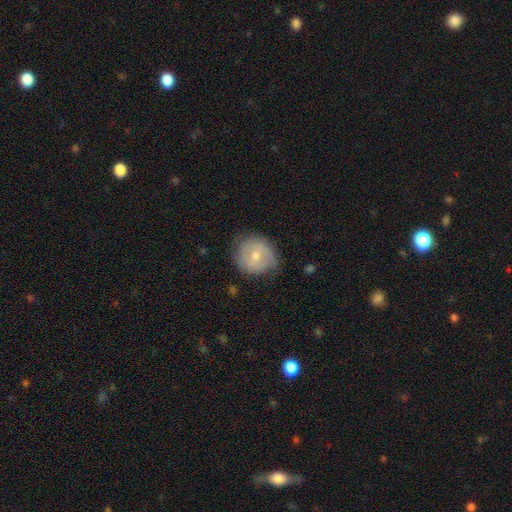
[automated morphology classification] Smooth or featured? Predicted: smooth (p=0.56). How rounded? Predicted: round (p=0.86). Merging? Predicted: none (p=0.75).